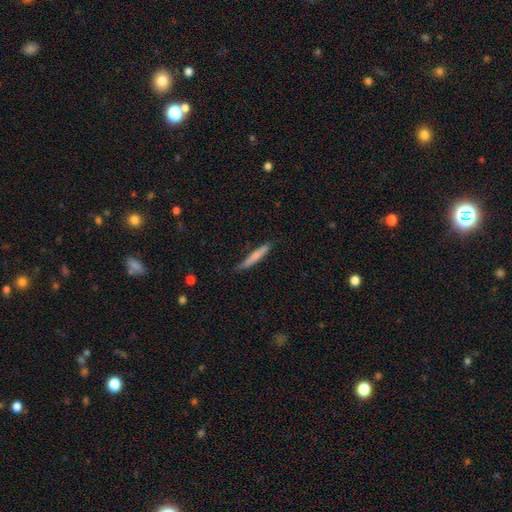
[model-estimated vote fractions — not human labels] Morphology: type=smooth (72%); roundness=cigar-shaped (94%); merging=none (76%).